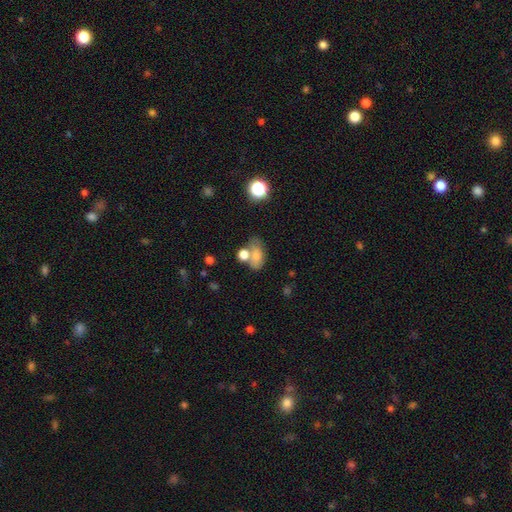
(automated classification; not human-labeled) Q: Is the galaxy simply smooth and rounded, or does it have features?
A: smooth — 71%.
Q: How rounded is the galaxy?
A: in between — 83%.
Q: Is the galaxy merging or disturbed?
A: none — 35%.